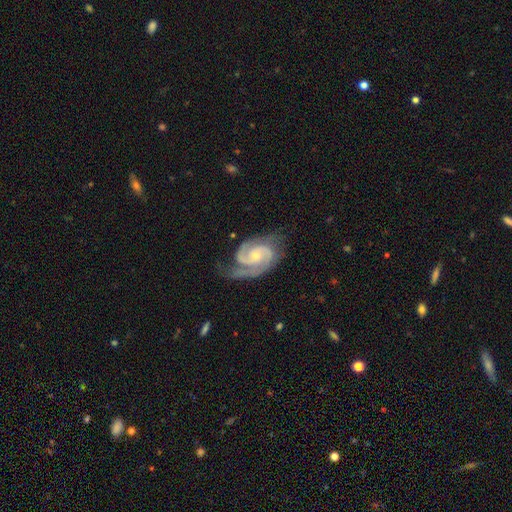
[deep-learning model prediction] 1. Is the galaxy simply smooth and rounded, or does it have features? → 93% featured or disk, 4% star or artifact, 3% smooth.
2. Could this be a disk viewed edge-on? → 98% no, 2% yes.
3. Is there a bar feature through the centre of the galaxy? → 63% no, 28% weak, 8% strong.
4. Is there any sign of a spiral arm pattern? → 99% yes, 1% no.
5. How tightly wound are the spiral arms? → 47% tight, 46% medium, 7% loose.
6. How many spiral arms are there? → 81% 2, 11% 3, 3% can't tell, 2% 1, 2% 4, 2% more than 4.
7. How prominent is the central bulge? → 69% small, 27% moderate, 2% none, 1% large, 1% dominant.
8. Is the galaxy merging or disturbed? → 67% none, 21% minor disturbance, 10% major disturbance, 2% merger.